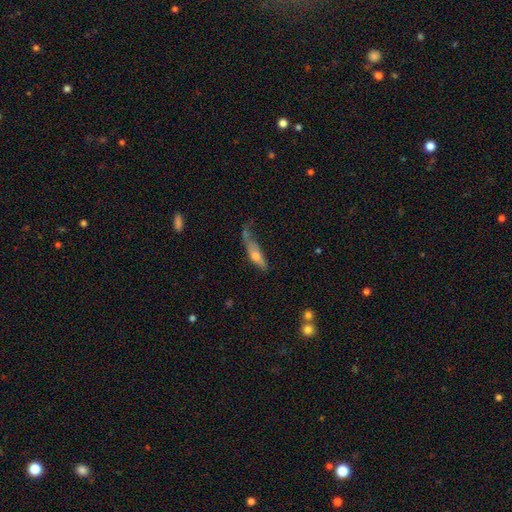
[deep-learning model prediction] Smooth or featured? smooth (56%)
How rounded? cigar-shaped (59%)
Merging? major disturbance (33%)